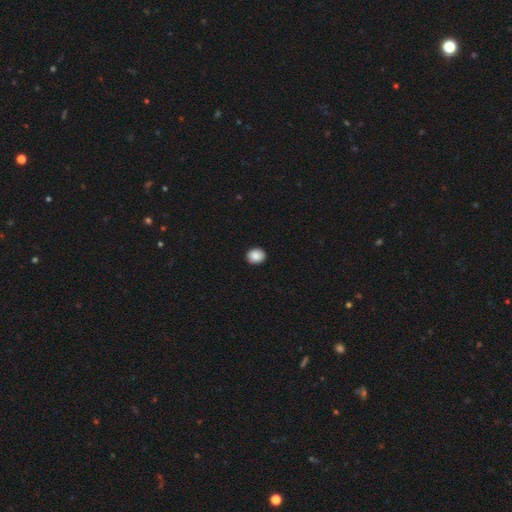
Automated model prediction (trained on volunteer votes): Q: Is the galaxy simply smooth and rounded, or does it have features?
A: smooth — 89%.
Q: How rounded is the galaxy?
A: round — 61%.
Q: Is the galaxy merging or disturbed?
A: none — 92%.